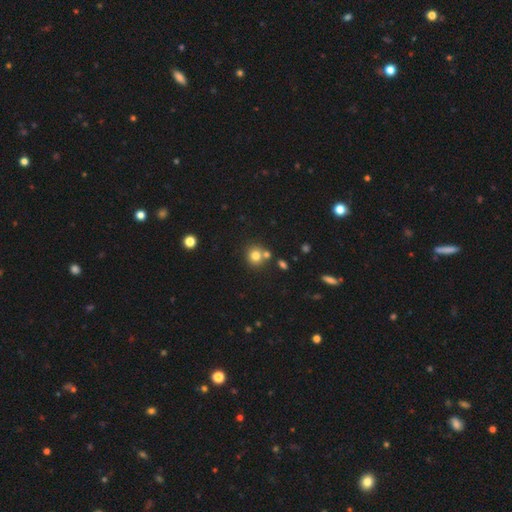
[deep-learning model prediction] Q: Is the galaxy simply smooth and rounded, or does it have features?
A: smooth — 78%.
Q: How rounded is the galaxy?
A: round — 87%.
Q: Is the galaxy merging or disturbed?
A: none — 66%.